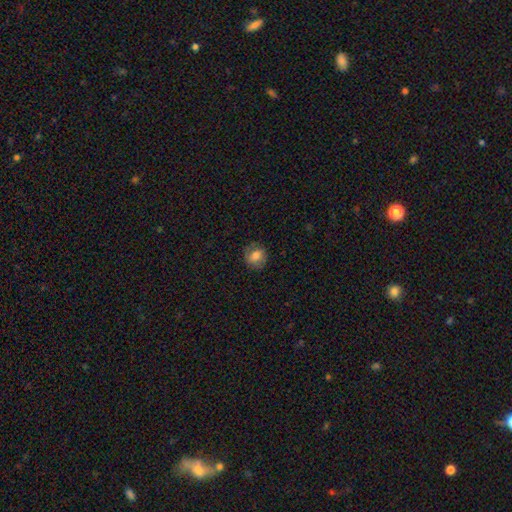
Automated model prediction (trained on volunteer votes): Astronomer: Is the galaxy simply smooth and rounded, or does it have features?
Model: smooth — 63%.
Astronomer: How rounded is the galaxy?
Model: round — 74%.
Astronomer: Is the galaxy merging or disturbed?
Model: none — 73%.